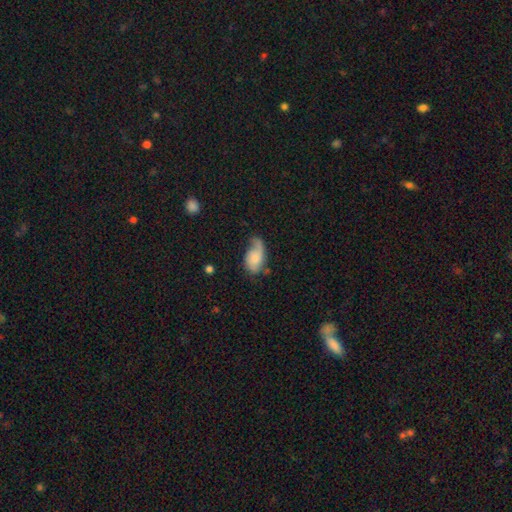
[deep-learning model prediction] A smooth galaxy with no disk features (49%). Merging: none (35%).